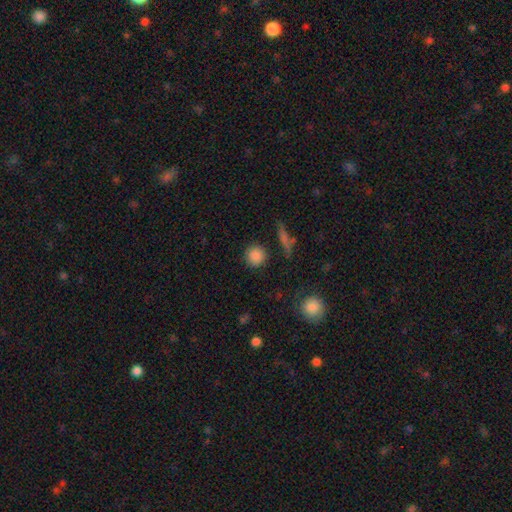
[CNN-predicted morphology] The model was most divided on "smooth or featured": smooth: 84%, star or artifact: 11%, featured or disk: 5%. More confident: how rounded — round (92%); merging — none (86%).